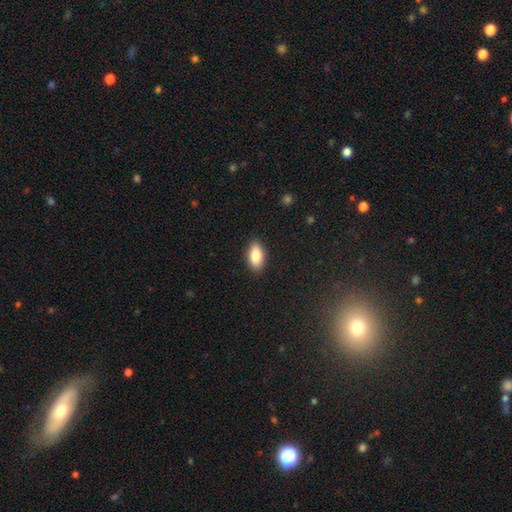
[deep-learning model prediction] Smooth or featured? Predicted: smooth (p=0.84). How rounded? Predicted: in between (p=0.91). Merging? Predicted: none (p=0.89).